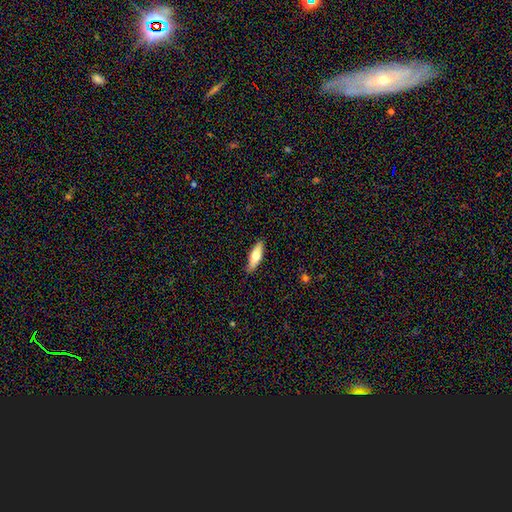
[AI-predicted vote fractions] The model was most divided on "how rounded": cigar-shaped: 56%, in between: 42%, round: 2%. More confident: merging — none (88%); smooth or featured — smooth (64%).